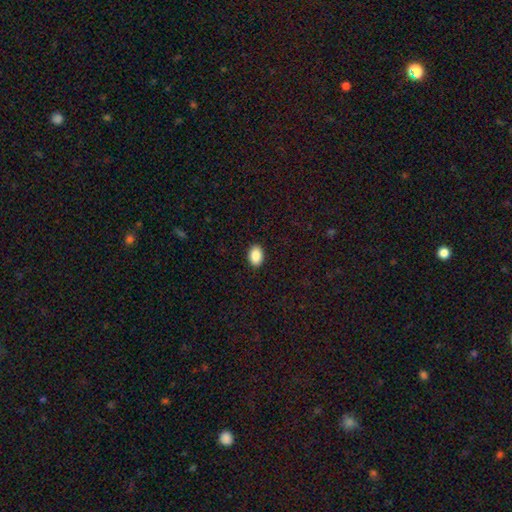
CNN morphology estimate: A smooth galaxy with no disk features (89%) that is in between round and cigar-shaped (84%).

Vote fractions:
- Smooth or featured? smooth: 89% / star or artifact: 7% / featured or disk: 3%
- How rounded? in between: 84% / round: 15% / cigar-shaped: 1%
- Merging? none: 91% / minor disturbance: 6% / major disturbance: 2% / merger: 1%